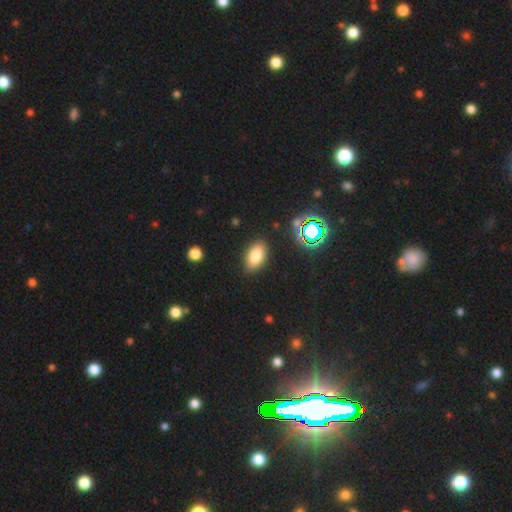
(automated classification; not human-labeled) A smooth galaxy with no disk features (80%) that is in between round and cigar-shaped (91%). Merging: none (86%).